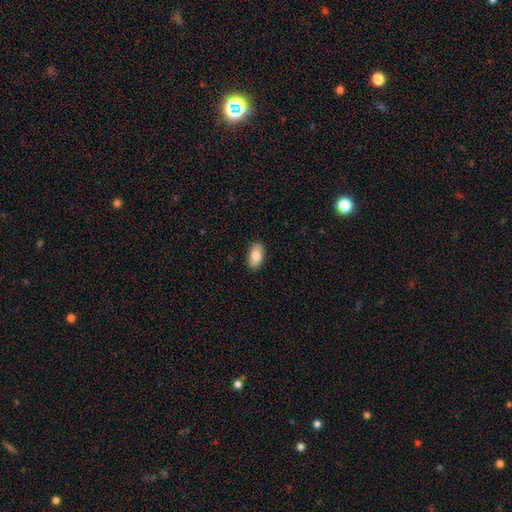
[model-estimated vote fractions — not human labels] This appears to be a smooth galaxy with no disk features (83%) that is in between round and cigar-shaped (93%). Merging: none (87%).